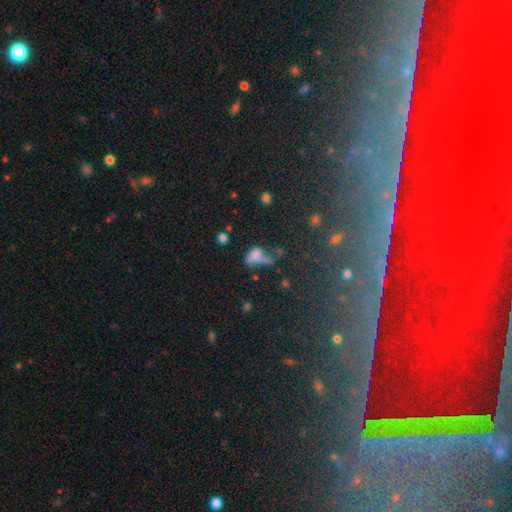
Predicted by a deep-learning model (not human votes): smooth-or-featured: smooth: 53% | featured or disk: 27% | star or artifact: 20%
  how-rounded: in between: 79% | round: 14% | cigar-shaped: 7%
  merging: major disturbance: 35% | merger: 29% | none: 20% | minor disturbance: 16%